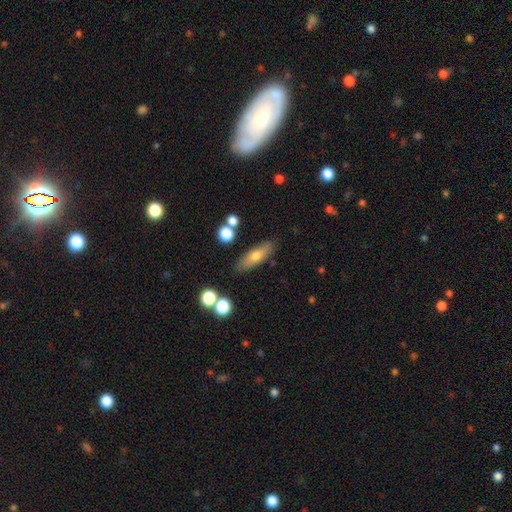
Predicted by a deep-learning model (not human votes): This is likely a smooth galaxy (62%). How rounded: possibly in between (48%, tied with cigar-shaped). Merging: clearly none (82%).